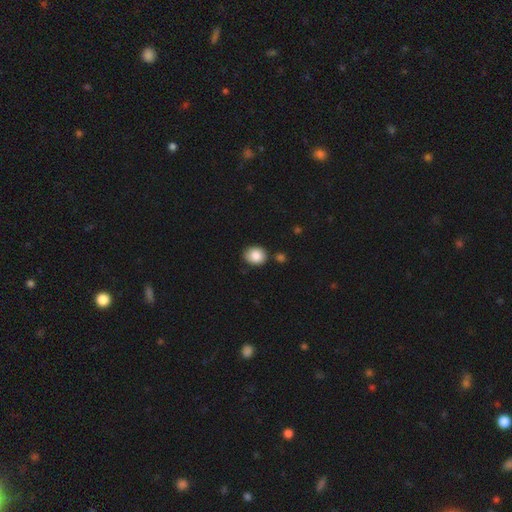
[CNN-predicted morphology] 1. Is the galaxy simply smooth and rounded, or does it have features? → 86% smooth, 8% star or artifact, 6% featured or disk.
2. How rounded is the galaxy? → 57% round, 42% in between, 1% cigar-shaped.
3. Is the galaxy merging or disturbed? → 78% none, 14% minor disturbance, 5% merger, 3% major disturbance.